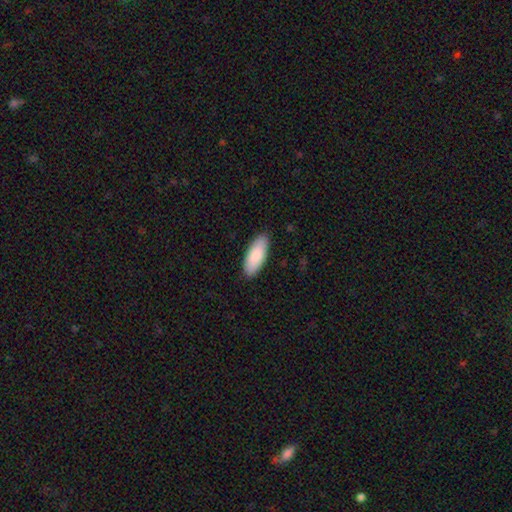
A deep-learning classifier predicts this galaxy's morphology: Smooth or featured: smooth — 87% (featured or disk — 8%)
How rounded: in between — 80% (cigar-shaped — 18%)
Merging: none — 89% (minor disturbance — 9%)